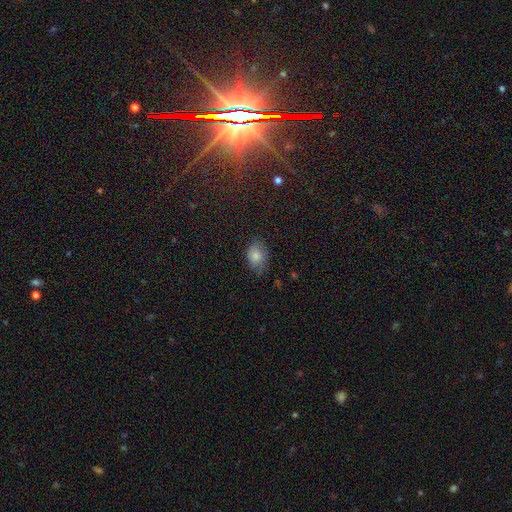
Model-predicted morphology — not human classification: Overall: smooth (82%). How rounded: in between (77%). Merging: none (65%; minor disturbance 27%).